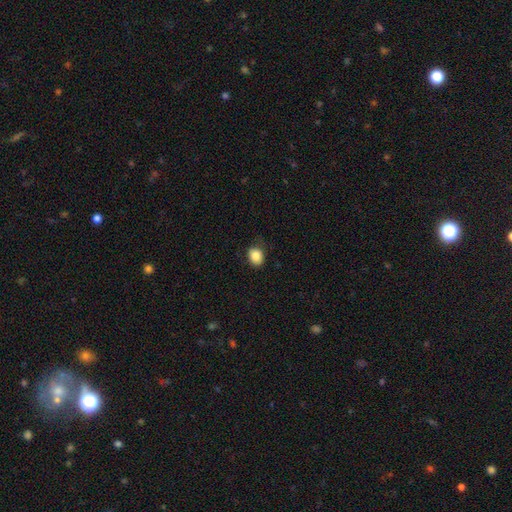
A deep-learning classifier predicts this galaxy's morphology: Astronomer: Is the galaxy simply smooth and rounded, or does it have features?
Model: smooth — 87%.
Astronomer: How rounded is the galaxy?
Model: in between — 50% (runner-up: round, 49%).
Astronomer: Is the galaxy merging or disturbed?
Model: none — 77%.